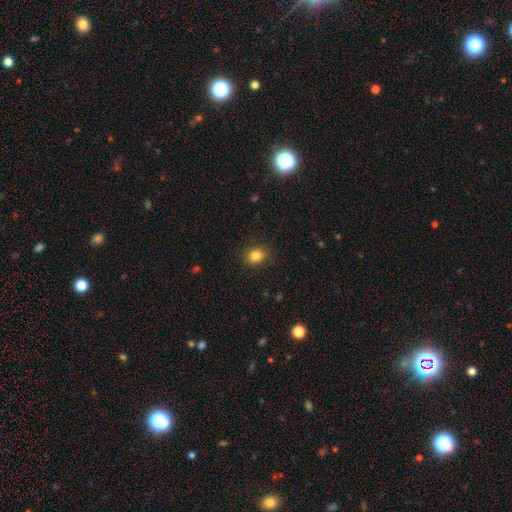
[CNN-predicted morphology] Overall: smooth (84%). How rounded: in between (53%; round 46%). Merging: none (88%).